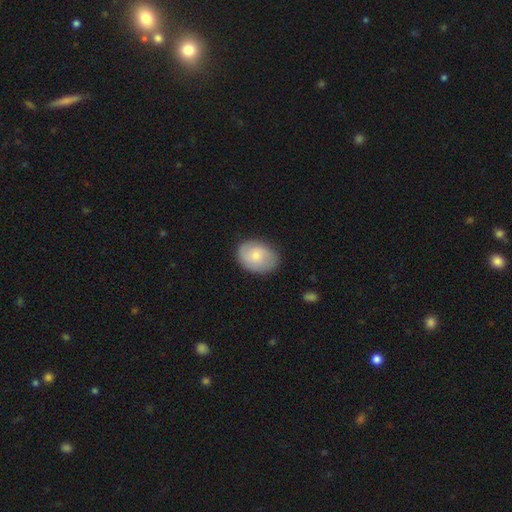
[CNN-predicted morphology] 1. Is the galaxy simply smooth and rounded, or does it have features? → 64% smooth, 30% featured or disk, 6% star or artifact.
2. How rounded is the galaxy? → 65% in between, 34% round, 1% cigar-shaped.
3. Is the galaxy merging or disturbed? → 80% none, 16% minor disturbance, 4% major disturbance, 1% merger.